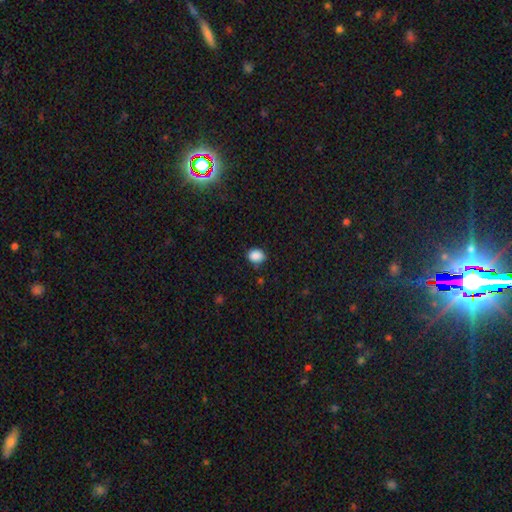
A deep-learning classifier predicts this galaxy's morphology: Smooth or featured: smooth — 88% (star or artifact — 9%)
How rounded: round — 58% (in between — 41%)
Merging: none — 84% (minor disturbance — 12%)